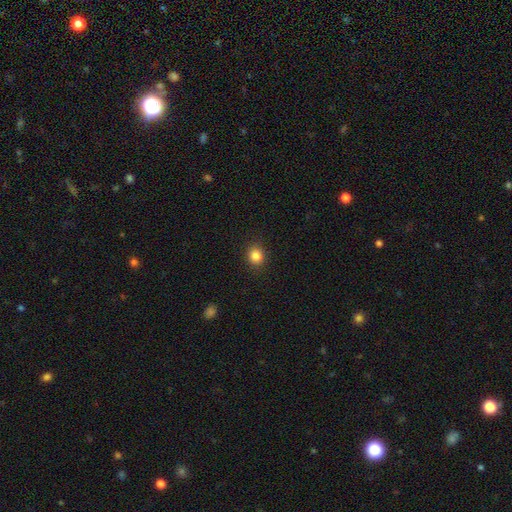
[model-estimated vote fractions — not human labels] Smooth or featured?
  - smooth: 85% *
  - star or artifact: 11%
  - featured or disk: 4%
How rounded?
  - round: 78% *
  - in between: 21%
  - cigar-shaped: 1%
Merging?
  - none: 90% *
  - minor disturbance: 6%
  - major disturbance: 2%
  - merger: 1%